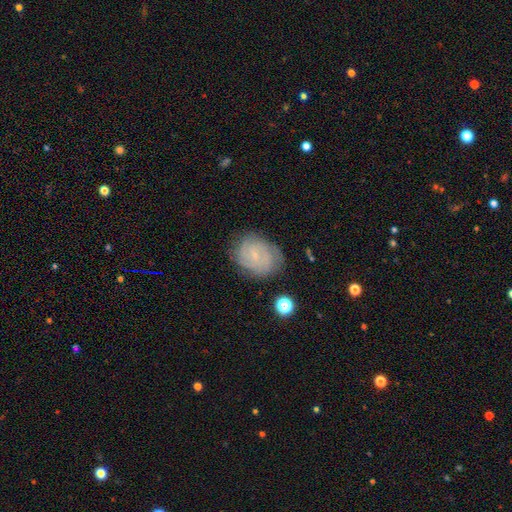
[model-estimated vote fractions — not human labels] featured or disk 63%, smooth 28%, star or artifact 9%. Down the decision tree: edge-on disk — no (97%); bar — no (54%); spiral arms — yes (88%); spiral arm count — can't tell (43%); spiral winding — tight (61%); bulge size — small (75%); merging — none (73%).